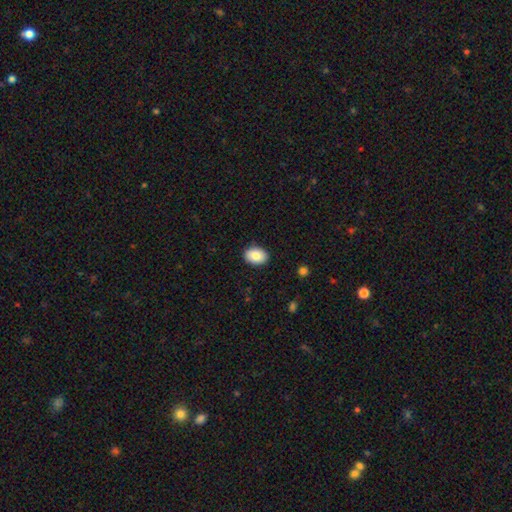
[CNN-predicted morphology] Smooth or featured?
  - smooth: 84% *
  - featured or disk: 9%
  - star or artifact: 7%
How rounded?
  - in between: 78% *
  - round: 21%
  - cigar-shaped: 1%
Merging?
  - none: 89% *
  - minor disturbance: 9%
  - major disturbance: 2%
  - merger: 1%